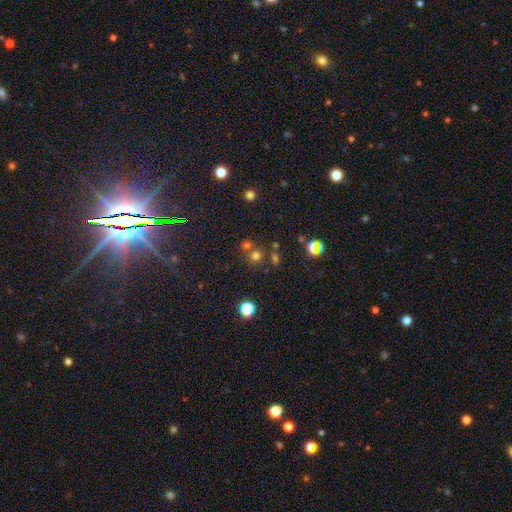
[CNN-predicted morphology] smooth_or_featured: smooth (p=0.64) [alt: star or artifact p=0.28]
how_rounded: round (p=0.88) [alt: in between p=0.11]
merging: none (p=0.63) [alt: merger p=0.26]